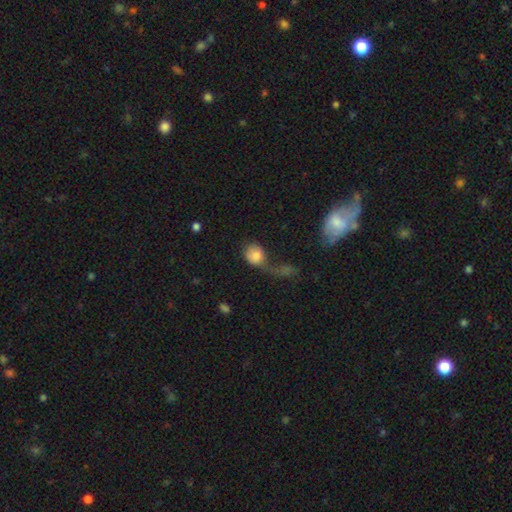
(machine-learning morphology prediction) Overall: smooth (76%). How rounded: round (65%; in between 34%). Merging: major disturbance (46%; merger 22%).